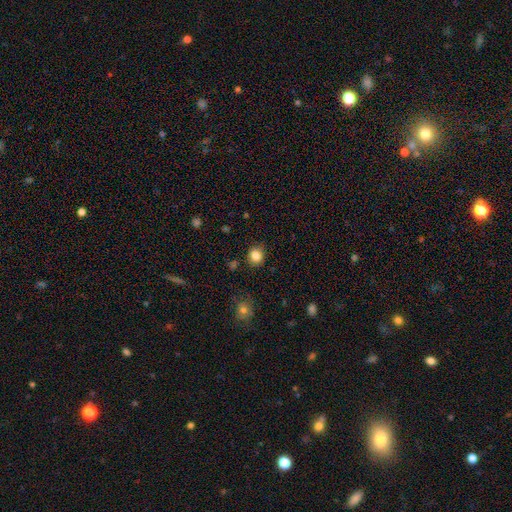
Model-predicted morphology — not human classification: Smooth or featured?
  - smooth: 85% *
  - star or artifact: 11%
  - featured or disk: 5%
How rounded?
  - round: 76% *
  - in between: 23%
  - cigar-shaped: 1%
Merging?
  - none: 83% *
  - minor disturbance: 12%
  - major disturbance: 3%
  - merger: 2%